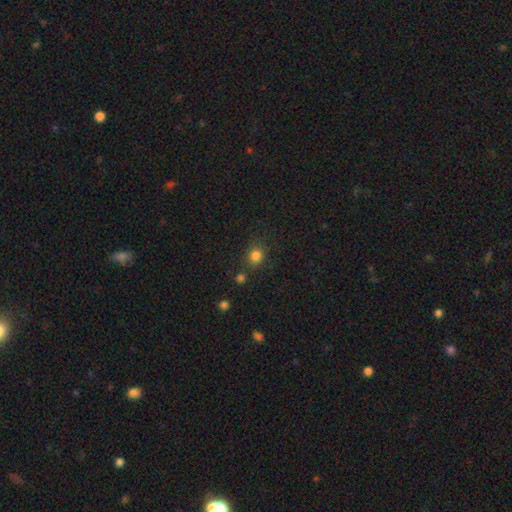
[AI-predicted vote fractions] A smooth galaxy with no disk features (82%) that is round (84%).

Vote fractions:
- Smooth or featured? smooth: 82% / star or artifact: 13% / featured or disk: 5%
- How rounded? round: 84% / in between: 15% / cigar-shaped: 1%
- Merging? none: 79% / minor disturbance: 10% / merger: 6% / major disturbance: 4%